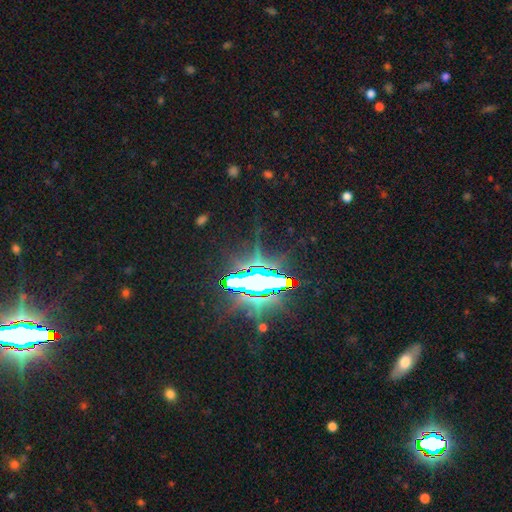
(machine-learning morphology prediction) The model was most divided on "smooth or featured": star or artifact: 80%, featured or disk: 11%, smooth: 10%.